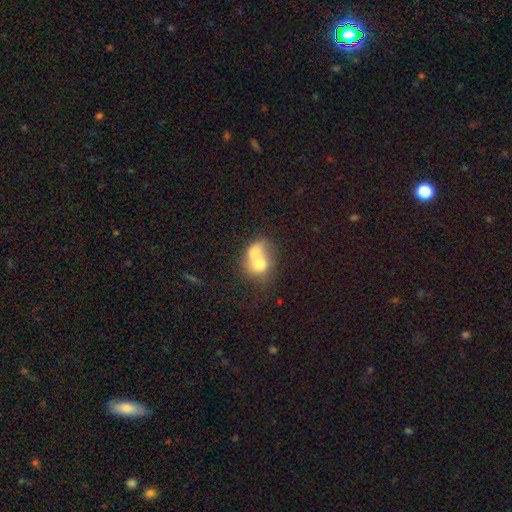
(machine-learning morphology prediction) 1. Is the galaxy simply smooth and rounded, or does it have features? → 65% smooth, 26% featured or disk, 9% star or artifact.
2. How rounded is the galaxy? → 56% round, 43% in between, 1% cigar-shaped.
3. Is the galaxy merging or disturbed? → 75% merger, 15% none, 6% minor disturbance, 4% major disturbance.